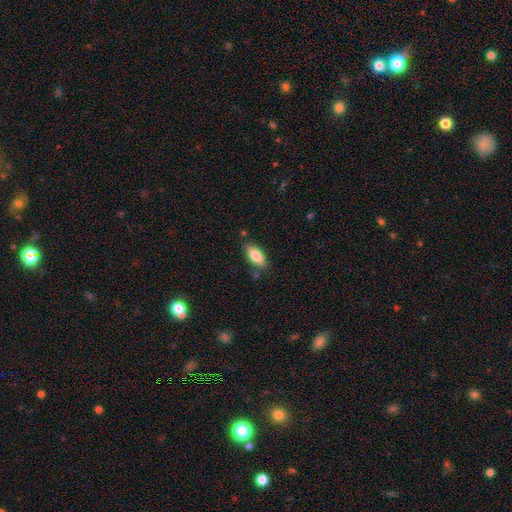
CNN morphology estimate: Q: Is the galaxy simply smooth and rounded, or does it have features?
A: smooth — 80%.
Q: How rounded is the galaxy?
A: in between — 87%.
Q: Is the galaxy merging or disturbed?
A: none — 80%.